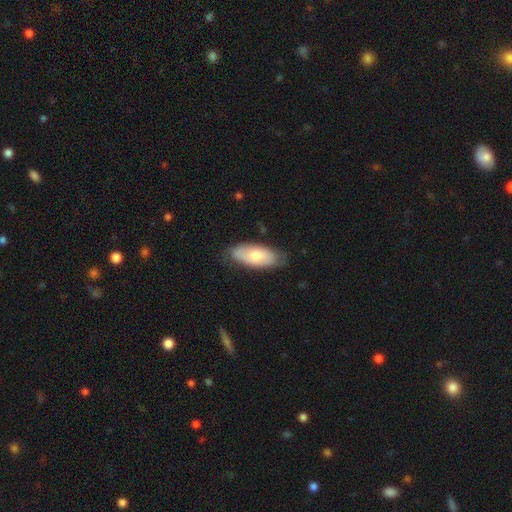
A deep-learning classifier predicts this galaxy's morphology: A smooth galaxy with no disk features (67%) that is in between round and cigar-shaped (87%).

Vote fractions:
- Smooth or featured? smooth: 67% / featured or disk: 28% / star or artifact: 5%
- How rounded? in between: 87% / cigar-shaped: 10% / round: 2%
- Merging? none: 76% / minor disturbance: 19% / major disturbance: 3% / merger: 1%